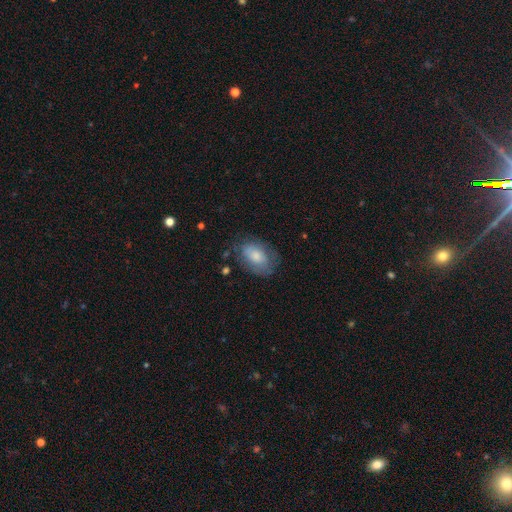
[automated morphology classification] smooth_or_featured: smooth (p=0.70) [alt: featured or disk p=0.23]
how_rounded: in between (p=0.86) [alt: round p=0.13]
merging: none (p=0.65) [alt: minor disturbance p=0.23]